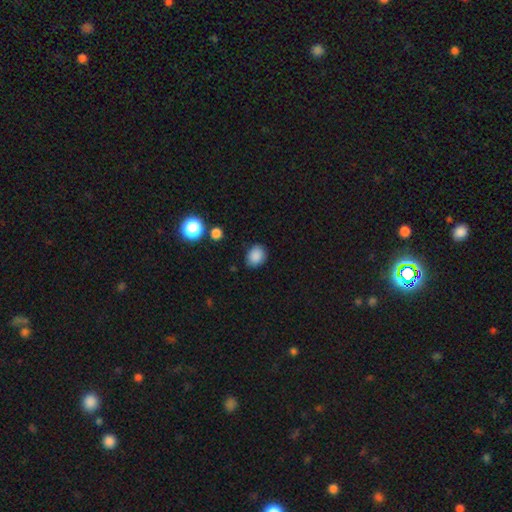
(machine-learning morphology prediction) Overall: smooth (87%). How rounded: round (51%; in between 48%). Merging: none (83%).